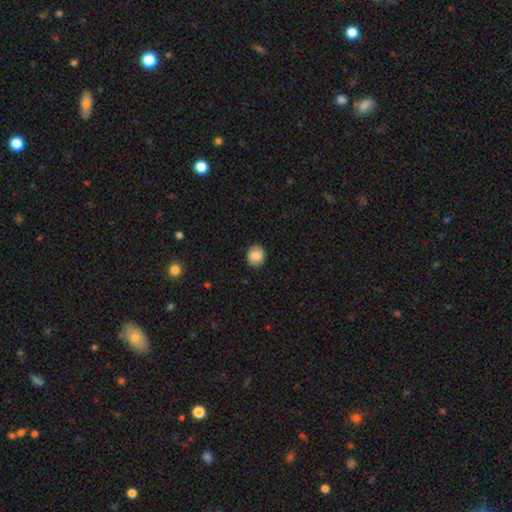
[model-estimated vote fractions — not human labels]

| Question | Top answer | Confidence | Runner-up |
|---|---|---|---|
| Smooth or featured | smooth | 85% | star or artifact (8%) |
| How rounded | round | 65% | in between (34%) |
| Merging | none | 87% | minor disturbance (10%) |